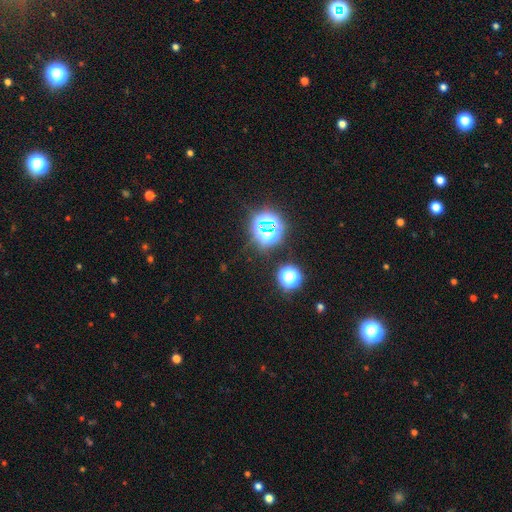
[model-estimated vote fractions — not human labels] Smooth or featured: star or artifact — 79% (smooth — 14%)